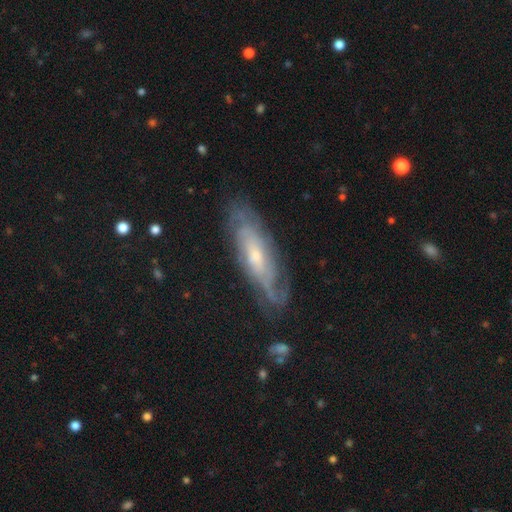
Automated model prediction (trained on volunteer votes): smooth_or_featured: featured or disk (p=0.78) [alt: smooth p=0.15]
disk_edge_on: no (p=0.78) [alt: yes p=0.22]
bar: no (p=0.62) [alt: weak p=0.31]
has_spiral_arms: yes (p=0.90) [alt: no p=0.10]
spiral_winding: tight (p=0.61) [alt: medium p=0.29]
spiral_arm_count: can't tell (p=0.55) [alt: 2 p=0.21]
bulge_size: small (p=0.49) [alt: moderate p=0.43]
merging: none (p=0.75) [alt: minor disturbance p=0.17]